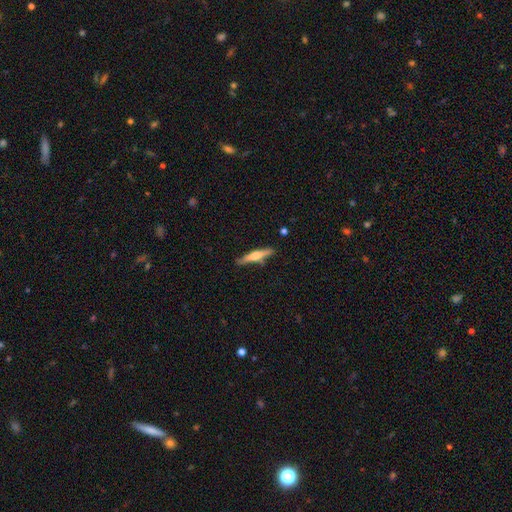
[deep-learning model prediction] Smooth or featured? Predicted: featured or disk (p=0.52). Edge-on disk? Predicted: yes (p=0.96). Edge-on bulge? Predicted: rounded (p=0.82). Merging? Predicted: none (p=0.83).